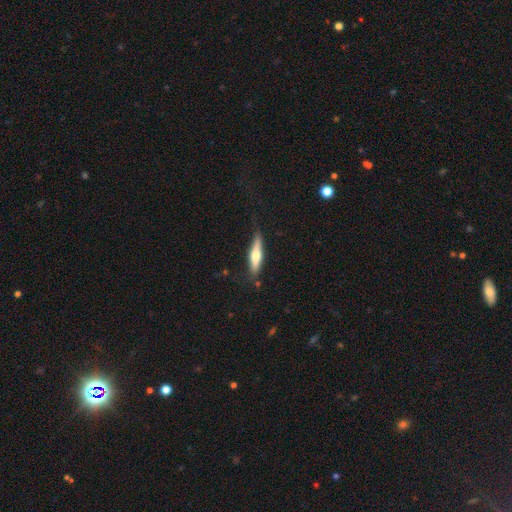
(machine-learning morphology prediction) The model was most divided on "smooth or featured": smooth: 48%, featured or disk: 47%, star or artifact: 5%. More confident: merging — none (78%).